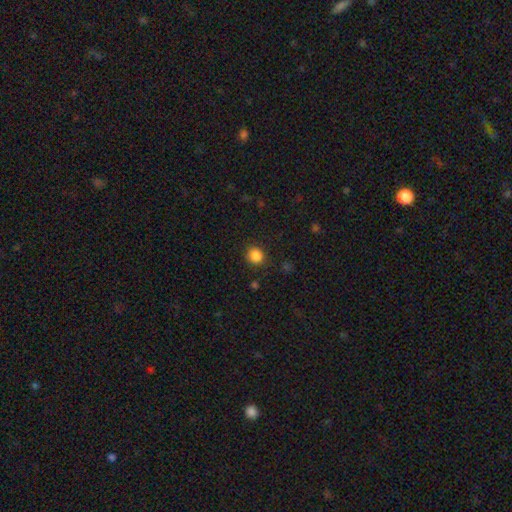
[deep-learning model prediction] smooth_or_featured: smooth (p=0.86) [alt: star or artifact p=0.11]
how_rounded: round (p=0.82) [alt: in between p=0.17]
merging: none (p=0.88) [alt: minor disturbance p=0.08]